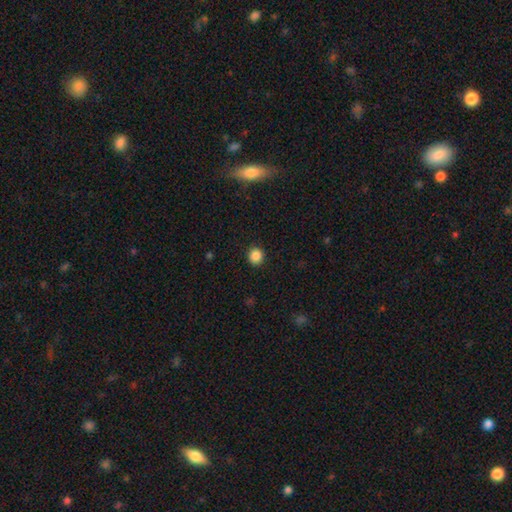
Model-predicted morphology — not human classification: A smooth galaxy with no disk features (86%) that is round (89%).

Vote fractions:
- Smooth or featured? smooth: 86% / star or artifact: 11% / featured or disk: 3%
- How rounded? round: 89% / in between: 10% / cigar-shaped: 1%
- Merging? none: 91% / minor disturbance: 6% / major disturbance: 2% / merger: 1%